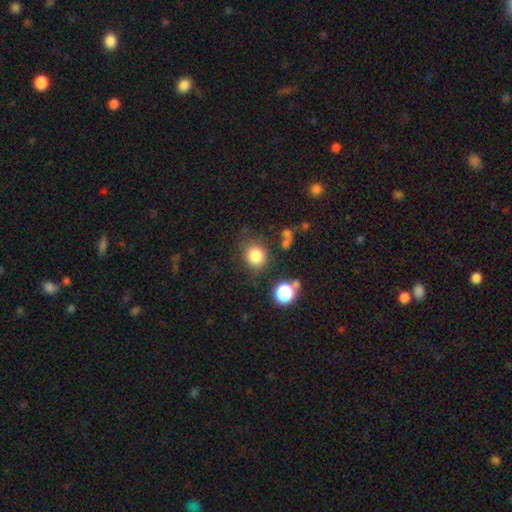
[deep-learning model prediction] smooth_or_featured: smooth (p=0.81) [alt: star or artifact p=0.13]
how_rounded: round (p=0.81) [alt: in between p=0.18]
merging: none (p=0.75) [alt: minor disturbance p=0.14]